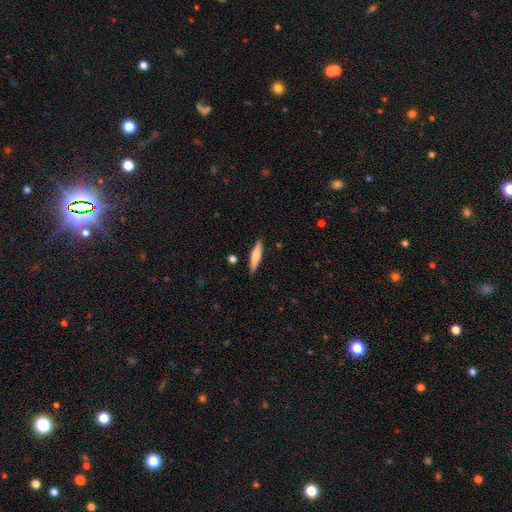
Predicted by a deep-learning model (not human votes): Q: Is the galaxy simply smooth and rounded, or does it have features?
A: smooth — 68%.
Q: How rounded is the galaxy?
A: cigar-shaped — 80%.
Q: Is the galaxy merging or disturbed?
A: none — 88%.